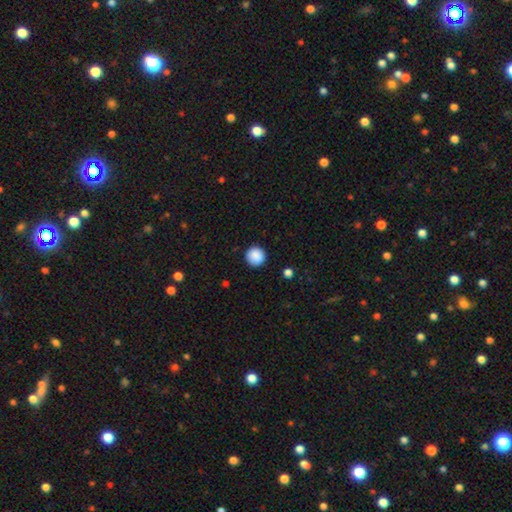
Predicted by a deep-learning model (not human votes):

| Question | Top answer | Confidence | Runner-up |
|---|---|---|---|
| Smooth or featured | smooth | 87% | star or artifact (9%) |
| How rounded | round | 95% | in between (4%) |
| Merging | none | 89% | minor disturbance (8%) |